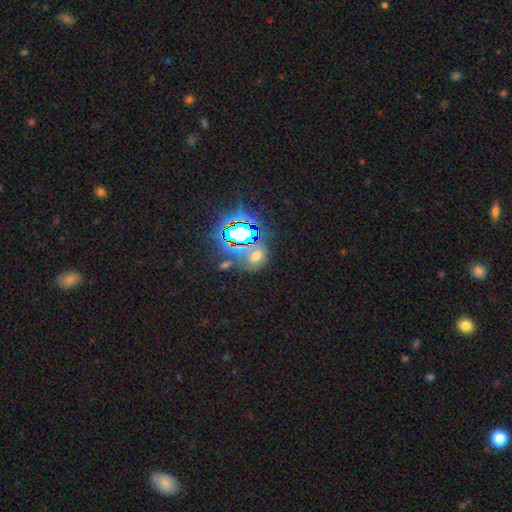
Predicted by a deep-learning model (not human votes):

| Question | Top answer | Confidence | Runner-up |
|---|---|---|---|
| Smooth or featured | star or artifact | 50% | smooth (38%) |